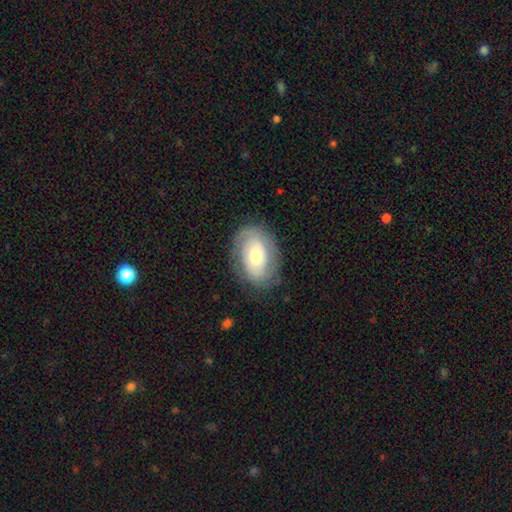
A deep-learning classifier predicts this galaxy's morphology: smooth-or-featured: featured or disk: 55% | smooth: 38% | star or artifact: 7%
  disk-edge-on: no: 95% | yes: 5%
    bar: no: 63% | weak: 27% | strong: 10%
    has-spiral-arms: yes: 76% | no: 24%
    bulge-size: moderate: 53% | small: 28% | large: 15% | dominant: 3% | none: 2%
  merging: none: 79% | minor disturbance: 15% | major disturbance: 6% | merger: 1%